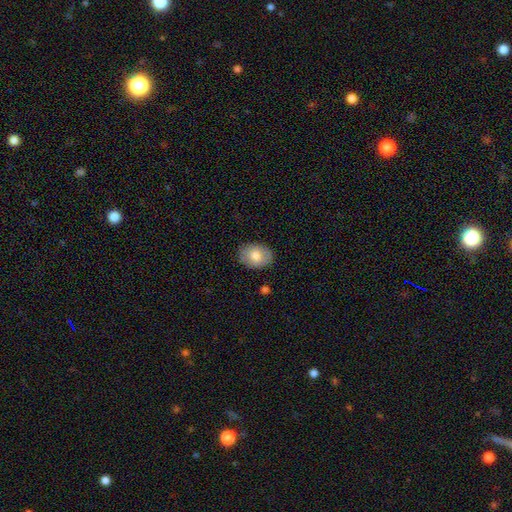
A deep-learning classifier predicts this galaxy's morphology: Smooth or featured: smooth — 78% (featured or disk — 16%)
How rounded: in between — 70% (round — 29%)
Merging: none — 86% (minor disturbance — 11%)